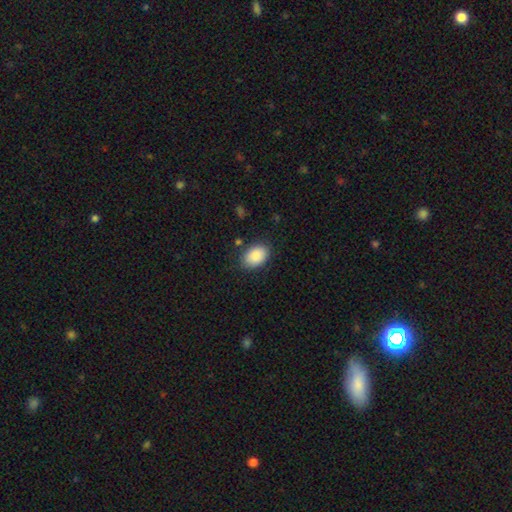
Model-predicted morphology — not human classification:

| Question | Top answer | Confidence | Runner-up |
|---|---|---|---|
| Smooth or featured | smooth | 89% | star or artifact (7%) |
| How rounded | in between | 86% | round (13%) |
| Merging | none | 84% | minor disturbance (11%) |